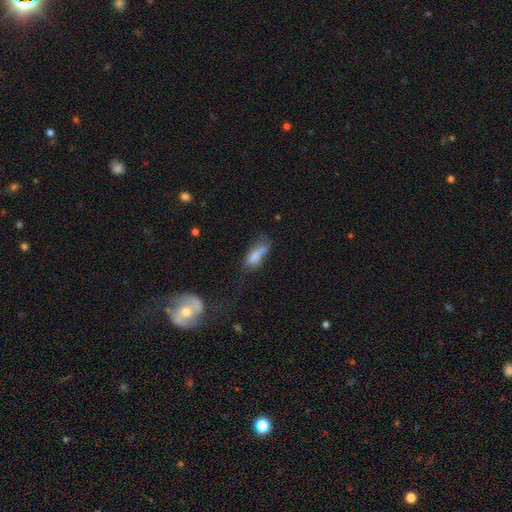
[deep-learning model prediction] Smooth or featured? Predicted: smooth (p=0.73). How rounded? Predicted: in between (p=0.66). Merging? Predicted: none (p=0.32).